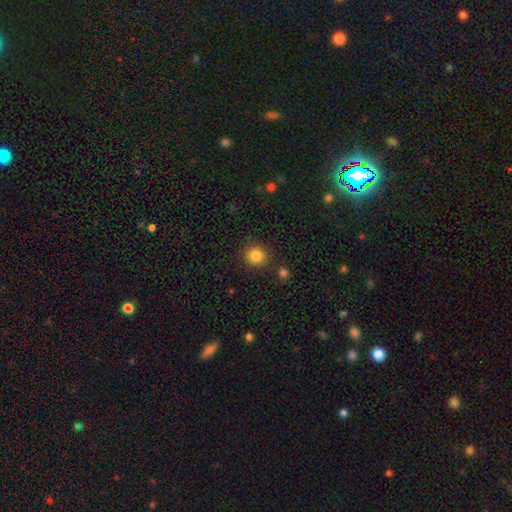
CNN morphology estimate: smooth-or-featured: smooth: 84% | star or artifact: 11% | featured or disk: 5%
  how-rounded: round: 91% | in between: 8% | cigar-shaped: 1%
  merging: none: 87% | minor disturbance: 7% | merger: 3% | major disturbance: 3%